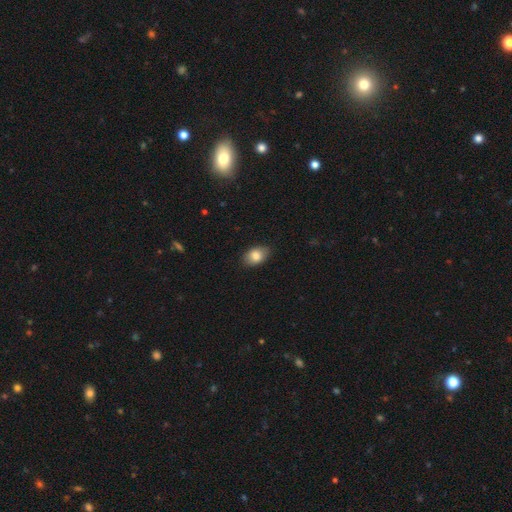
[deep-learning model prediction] The model was most divided on "how rounded": in between: 86%, round: 13%, cigar-shaped: 1%. More confident: merging — none (85%); smooth or featured — smooth (84%).